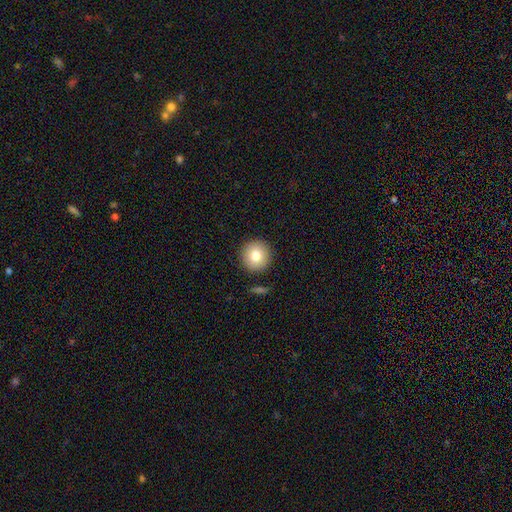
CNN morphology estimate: Q: Smooth or featured?
A: smooth (80%); runner-up: featured or disk (11%)
Q: How rounded?
A: round (95%); runner-up: in between (4%)
Q: Merging?
A: none (89%); runner-up: minor disturbance (6%)